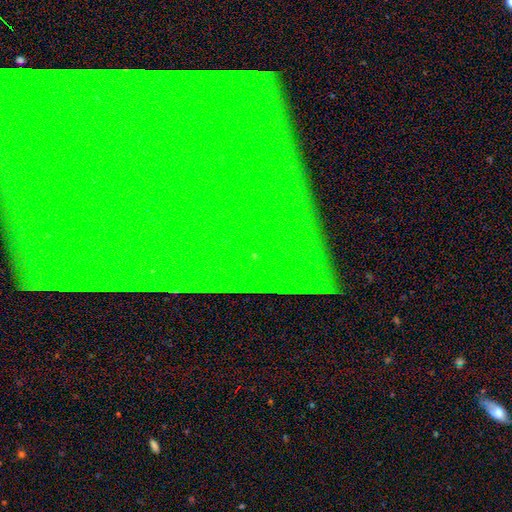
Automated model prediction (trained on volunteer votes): A star or artifact, not a galaxy (84%).

Vote fractions:
- Smooth or featured? star or artifact: 84% / featured or disk: 9% / smooth: 7%